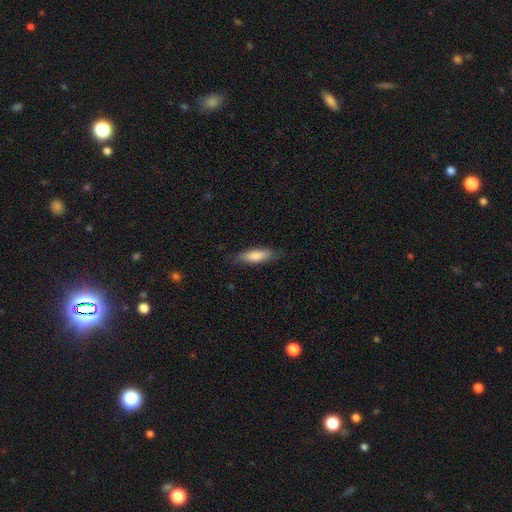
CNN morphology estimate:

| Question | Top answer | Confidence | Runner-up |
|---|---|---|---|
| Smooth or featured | smooth | 81% | featured or disk (13%) |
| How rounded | in between | 49% | tied: cigar-shaped (49%) |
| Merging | none | 81% | minor disturbance (14%) |